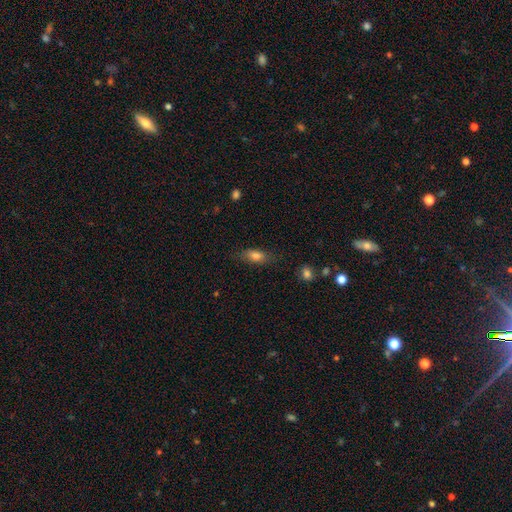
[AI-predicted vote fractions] Overall: smooth (78%). How rounded: in between (78%). Merging: none (76%).